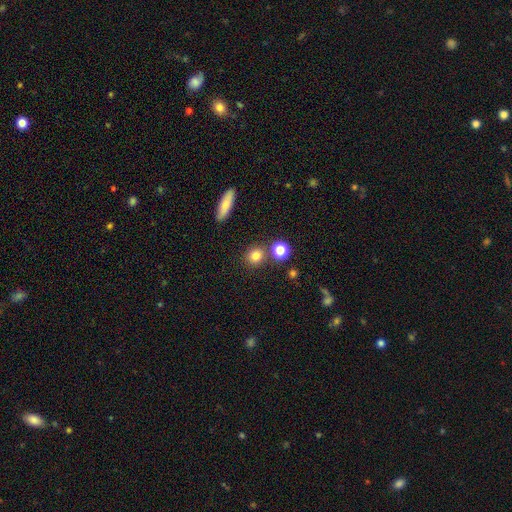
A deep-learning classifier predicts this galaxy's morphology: smooth 80%, star or artifact 13%, featured or disk 7%. Down the decision tree: how rounded — round (83%); merging — none (78%).